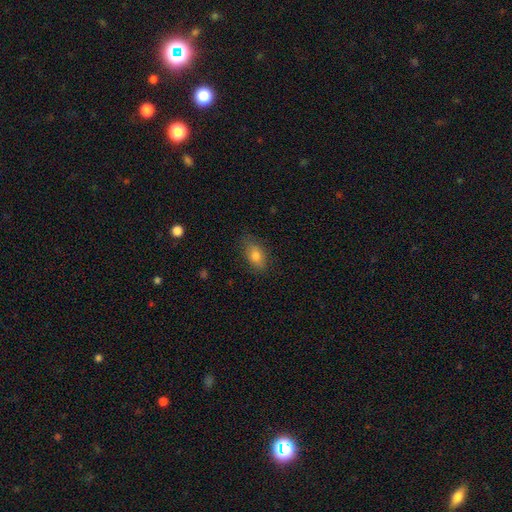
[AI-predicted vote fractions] Smooth or featured? Predicted: smooth (p=0.78). How rounded? Predicted: in between (p=0.86). Merging? Predicted: none (p=0.79).